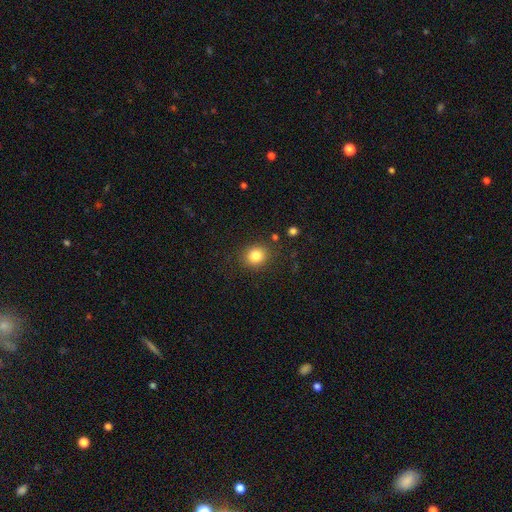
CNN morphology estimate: Smooth or featured? smooth (82%)
How rounded? round (77%)
Merging? none (86%)